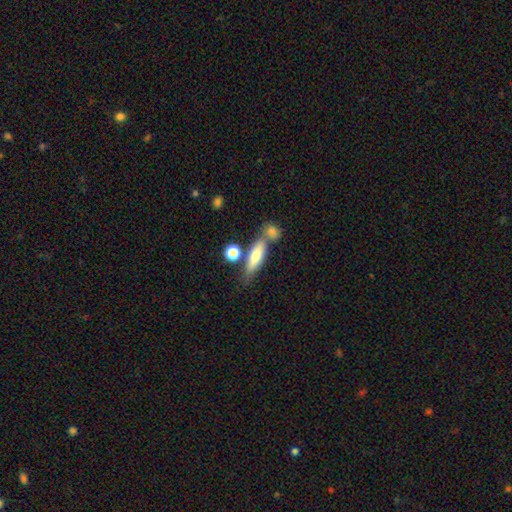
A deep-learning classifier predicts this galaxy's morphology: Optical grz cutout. It shows a smooth galaxy with no disk features (68%) that is cigar-shaped (55%). Merging: none (55%).